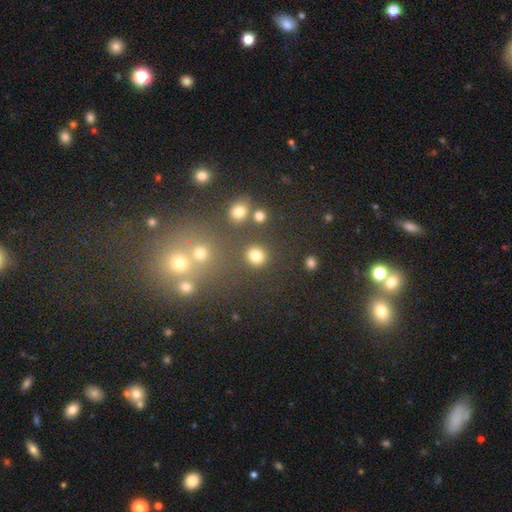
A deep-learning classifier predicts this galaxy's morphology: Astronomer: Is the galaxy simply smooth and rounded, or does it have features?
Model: smooth — 79%.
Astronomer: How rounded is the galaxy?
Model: round — 84%.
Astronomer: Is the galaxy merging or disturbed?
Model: none — 83%.